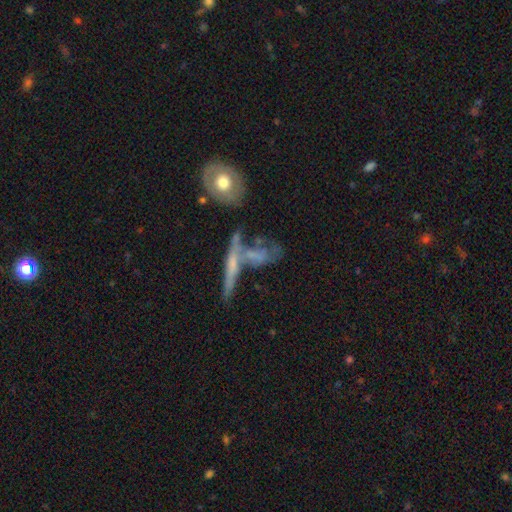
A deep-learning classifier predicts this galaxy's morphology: Smooth or featured?
  - featured or disk: 45% *
  - smooth: 43%
  - star or artifact: 12%
Merging?
  - merger: 47% *
  - none: 24%
  - major disturbance: 16%
  - minor disturbance: 12%